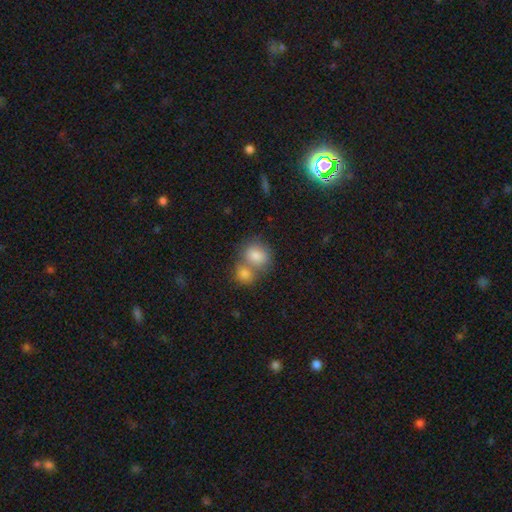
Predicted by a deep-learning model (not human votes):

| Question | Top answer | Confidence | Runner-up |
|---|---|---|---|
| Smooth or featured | smooth | 82% | featured or disk (10%) |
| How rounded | round | 65% | in between (34%) |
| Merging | merger | 55% | none (33%) |